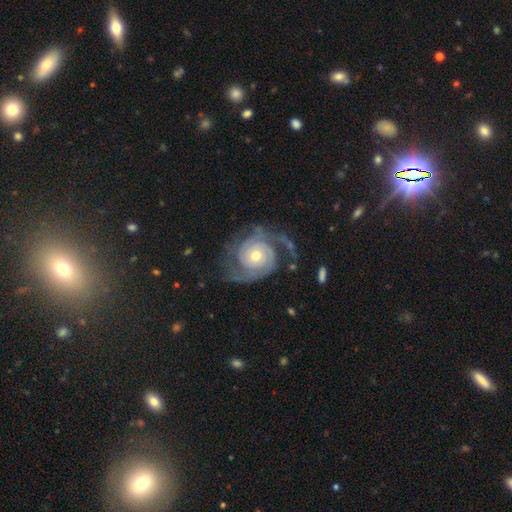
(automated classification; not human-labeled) featured or disk 87%, smooth 8%, star or artifact 5%. Down the decision tree: edge-on disk — no (98%); bar — no (78%); spiral arms — yes (96%); spiral arm count — 2 (57%); spiral winding — tight (46%); bulge size — moderate (59%); merging — none (58%).